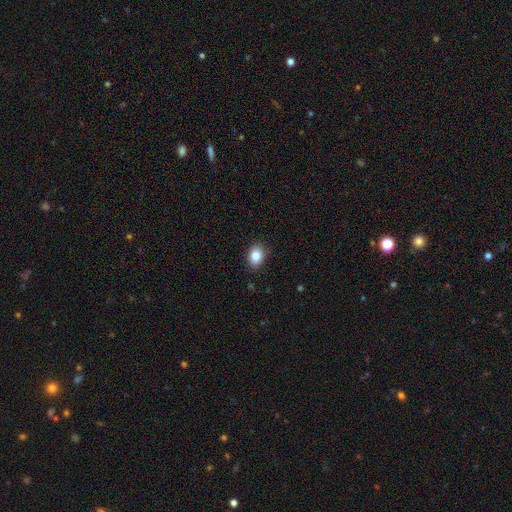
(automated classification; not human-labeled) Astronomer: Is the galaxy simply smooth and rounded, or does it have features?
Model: smooth — 87%.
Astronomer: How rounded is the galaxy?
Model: in between — 64%.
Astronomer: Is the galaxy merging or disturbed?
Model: none — 86%.